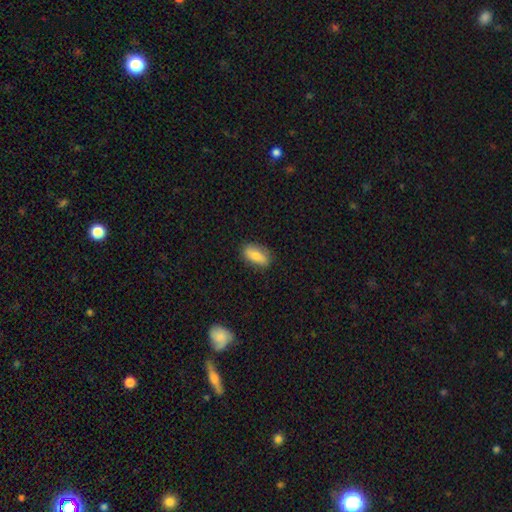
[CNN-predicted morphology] Overall: smooth (80%). How rounded: in between (86%). Merging: none (84%).